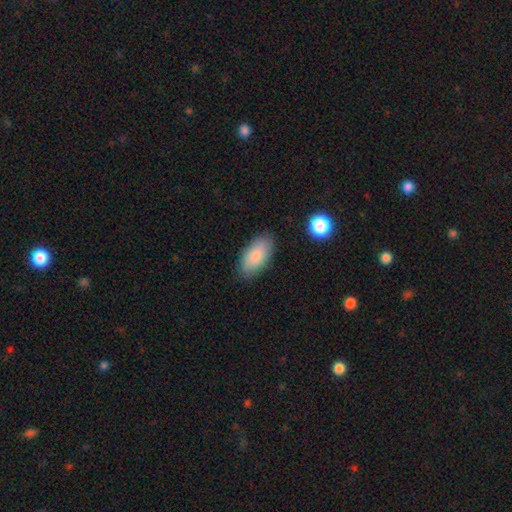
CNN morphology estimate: smooth_or_featured: smooth (p=0.84) [alt: featured or disk p=0.09]
how_rounded: in between (p=0.93) [alt: cigar-shaped p=0.04]
merging: none (p=0.84) [alt: minor disturbance p=0.12]